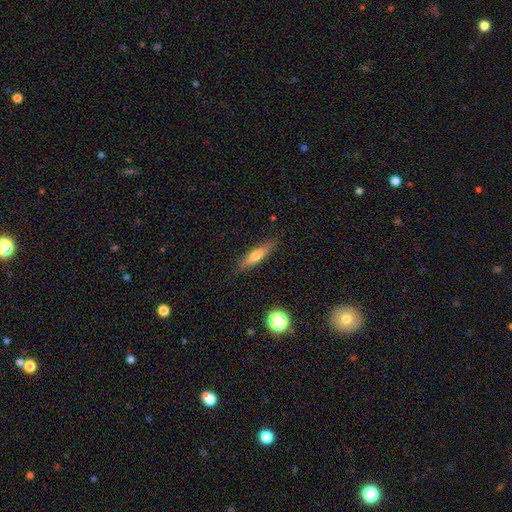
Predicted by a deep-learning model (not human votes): This appears to be a smooth galaxy with no disk features (53%) that is cigar-shaped (79%). Merging: none (85%).